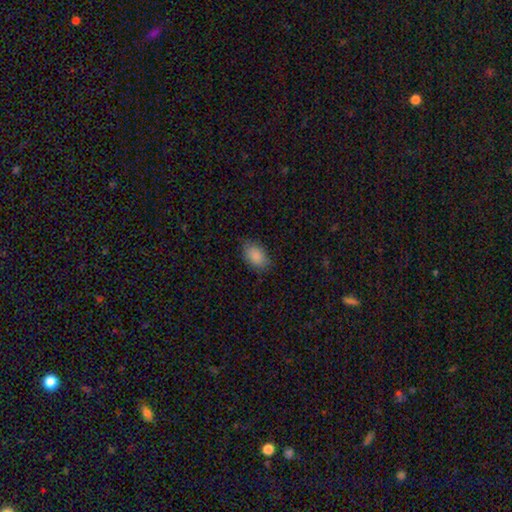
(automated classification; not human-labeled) This appears to be a smooth galaxy with no disk features (88%) that is in between round and cigar-shaped (89%). Merging: none (80%).